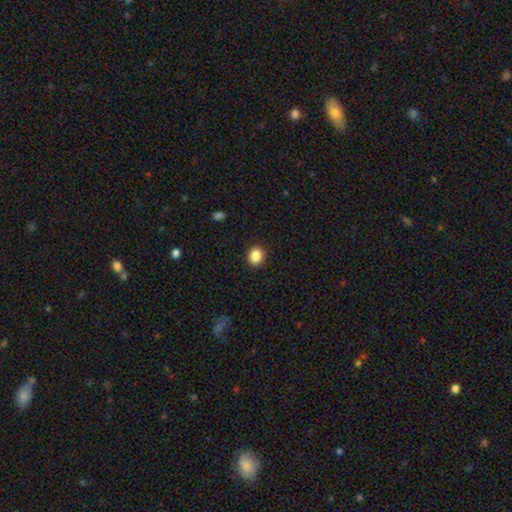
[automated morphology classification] type=smooth (87%); roundness=round (69%); merging=none (91%).